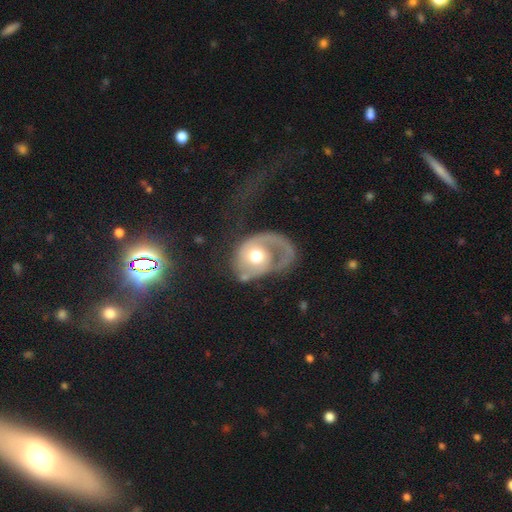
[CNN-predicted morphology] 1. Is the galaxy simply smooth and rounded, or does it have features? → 65% featured or disk, 29% smooth, 6% star or artifact.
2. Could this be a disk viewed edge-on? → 96% no, 4% yes.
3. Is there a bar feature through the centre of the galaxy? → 80% no, 16% weak, 4% strong.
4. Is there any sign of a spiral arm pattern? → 65% yes, 35% no.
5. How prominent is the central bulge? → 70% moderate, 19% large, 8% small, 2% dominant, 1% none.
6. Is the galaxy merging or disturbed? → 53% major disturbance, 24% none, 19% minor disturbance, 5% merger.